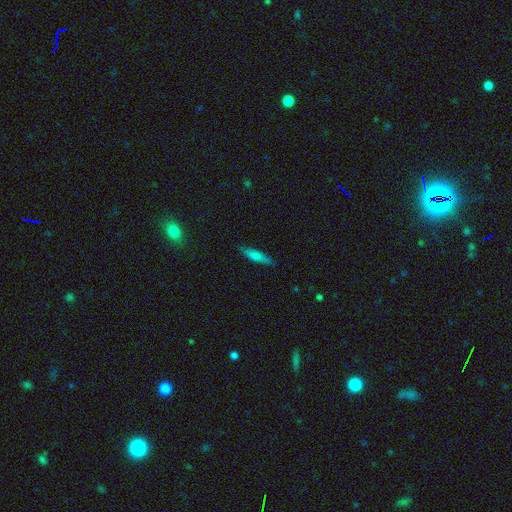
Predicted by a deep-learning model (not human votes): Smooth or featured? smooth (66%)
How rounded? cigar-shaped (81%)
Merging? none (87%)